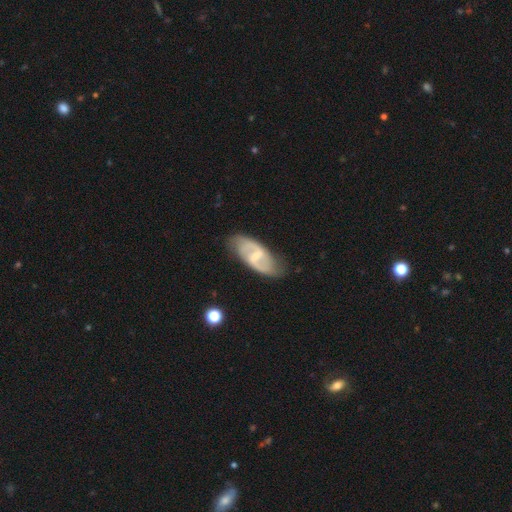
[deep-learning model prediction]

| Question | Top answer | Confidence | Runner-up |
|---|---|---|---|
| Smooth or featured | featured or disk | 79% | smooth (16%) |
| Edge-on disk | no | 95% | yes (5%) |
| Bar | weak | 49% | strong (38%) |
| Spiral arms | yes | 89% | no (11%) |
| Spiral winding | medium | 44% | loose (38%) |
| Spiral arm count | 2 | 88% | can't tell (7%) |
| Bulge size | small | 51% | none (25%) |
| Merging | none | 77% | minor disturbance (17%) |